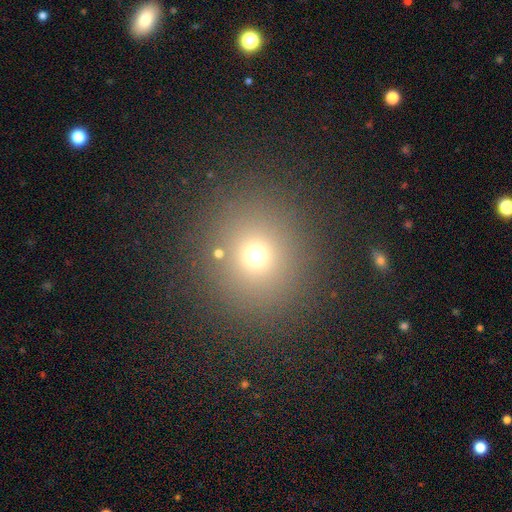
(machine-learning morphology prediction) This is likely a smooth galaxy (67%). How rounded: clearly round (90%). Merging: clearly none (86%).